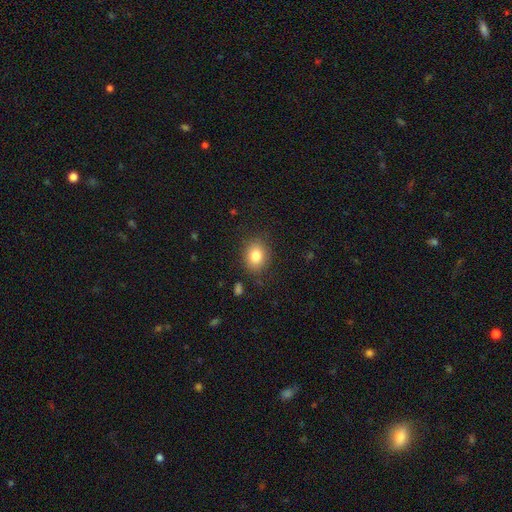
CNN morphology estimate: Smooth or featured? Predicted: smooth (p=0.82). How rounded? Predicted: round (p=0.50, tied with in between). Merging? Predicted: none (p=0.84).